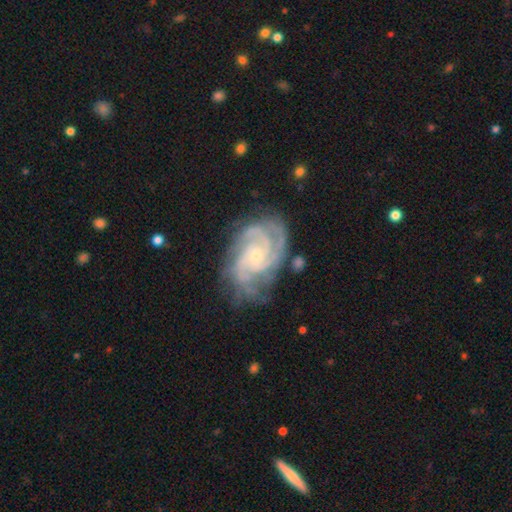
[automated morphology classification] This appears to be a featured or disk galaxy (92%) with no bar (67%), 3 (36%) tight (66%) spiral arms (98%) and a small central bulge (72%). Merging: none (69%).